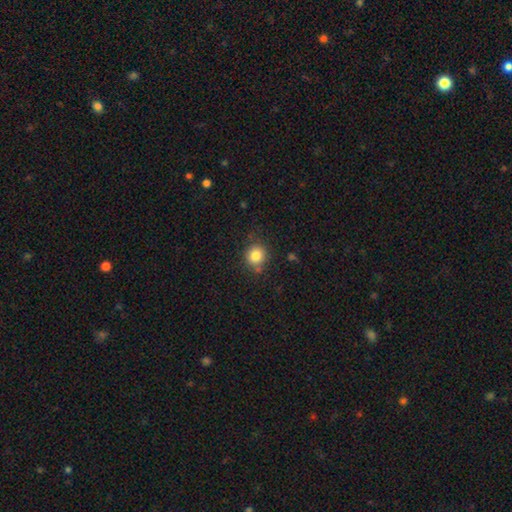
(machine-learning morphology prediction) Smooth or featured? smooth (83%)
How rounded? round (89%)
Merging? none (81%)